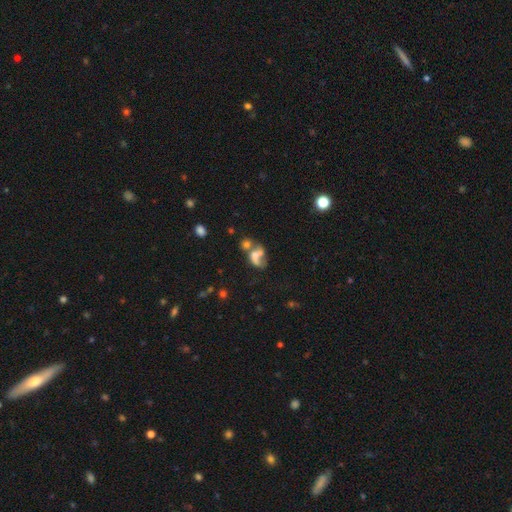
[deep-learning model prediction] The model was most divided on "smooth or featured": smooth: 46%, featured or disk: 40%, star or artifact: 14%. More confident: merging — merger (54%).